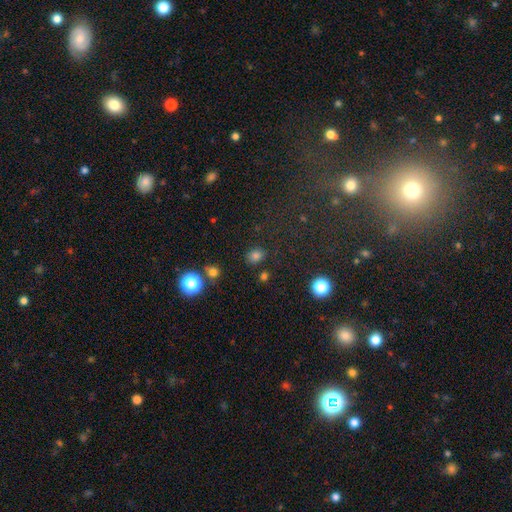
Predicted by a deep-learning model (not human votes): Smooth or featured? Predicted: smooth (p=0.76). How rounded? Predicted: in between (p=0.52). Merging? Predicted: none (p=0.82).